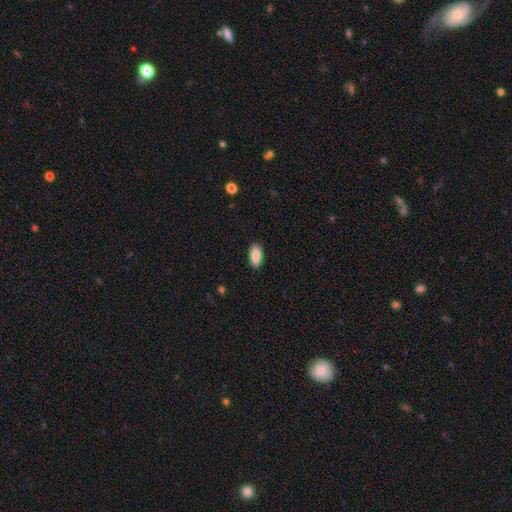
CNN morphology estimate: type=smooth (86%); roundness=in between (89%); merging=none (89%).